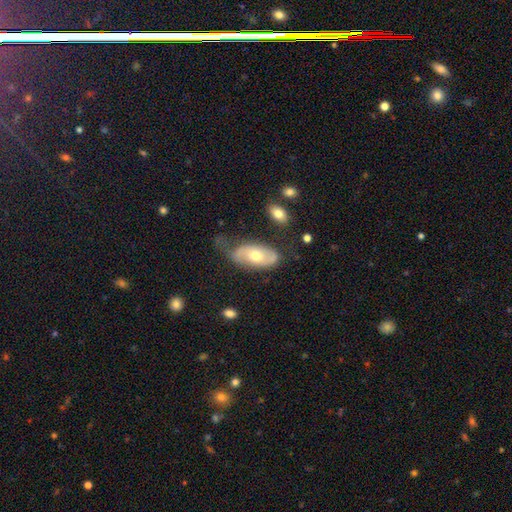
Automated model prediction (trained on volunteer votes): Smooth or featured? Predicted: featured or disk (p=0.54). Edge-on disk? Predicted: no (p=0.89). Merging? Predicted: none (p=0.52).